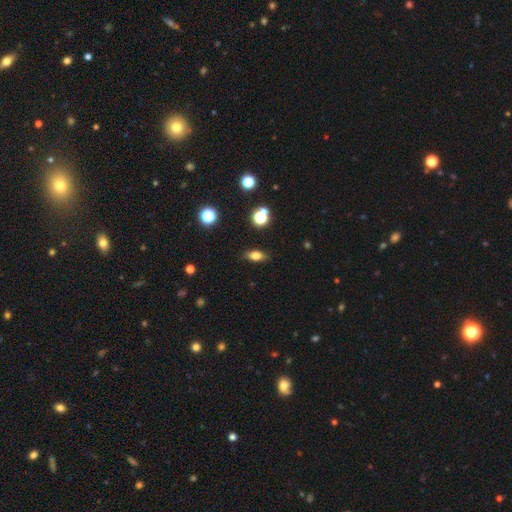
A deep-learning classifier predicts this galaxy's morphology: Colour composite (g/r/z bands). It shows a smooth galaxy with no disk features (74%) that is in between round and cigar-shaped (77%). Merging: none (86%).